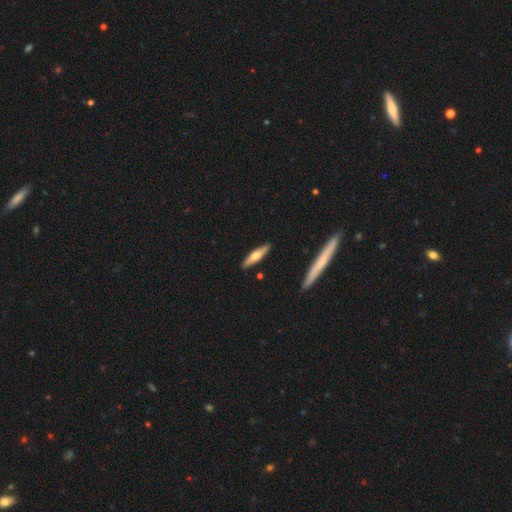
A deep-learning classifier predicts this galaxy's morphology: Q: Smooth or featured?
A: smooth (56%); runner-up: featured or disk (38%)
Q: How rounded?
A: cigar-shaped (79%); runner-up: in between (20%)
Q: Merging?
A: none (88%); runner-up: minor disturbance (8%)